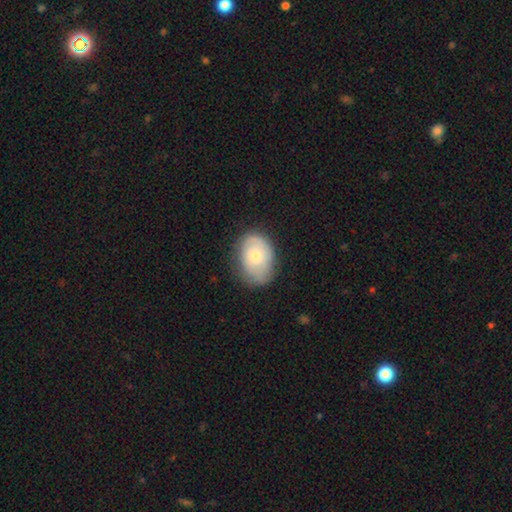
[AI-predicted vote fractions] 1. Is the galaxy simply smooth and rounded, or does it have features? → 55% smooth, 38% featured or disk, 7% star or artifact.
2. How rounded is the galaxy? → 72% in between, 27% round, 1% cigar-shaped.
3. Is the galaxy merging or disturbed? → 70% none, 22% minor disturbance, 6% major disturbance, 1% merger.